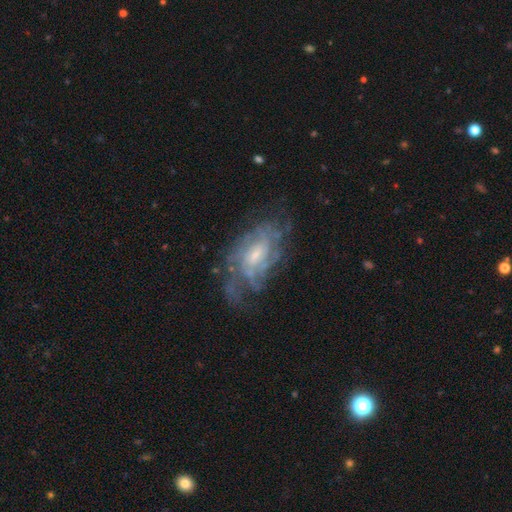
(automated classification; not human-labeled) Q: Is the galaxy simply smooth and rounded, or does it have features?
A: featured or disk — 79%.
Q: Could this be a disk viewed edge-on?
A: no — 95%.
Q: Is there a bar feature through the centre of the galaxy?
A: no — 54%.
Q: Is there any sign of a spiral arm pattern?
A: yes — 86%.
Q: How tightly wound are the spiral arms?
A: tight — 54%.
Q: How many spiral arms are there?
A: can't tell — 53%.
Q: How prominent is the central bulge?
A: small — 60%.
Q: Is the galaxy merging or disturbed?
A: none — 62%.